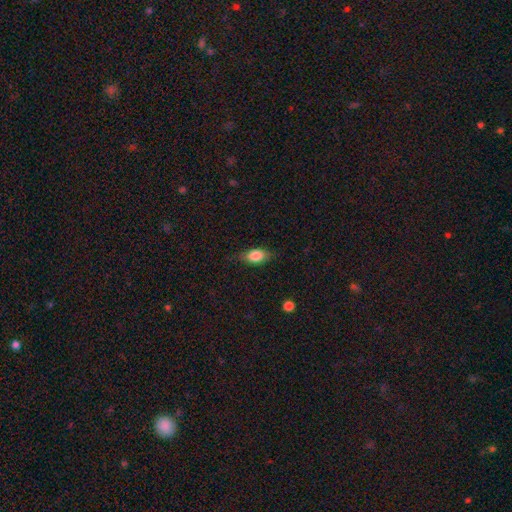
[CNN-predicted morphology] This is likely a smooth galaxy (79%). How rounded: clearly in between (83%). Merging: likely none (74%).